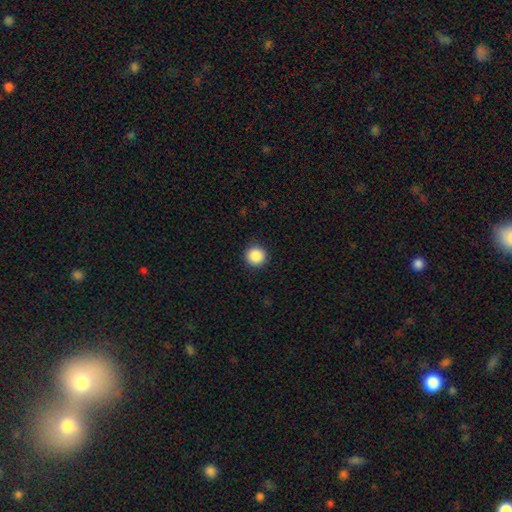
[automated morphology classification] Overall: smooth (88%). How rounded: round (96%). Merging: none (92%).